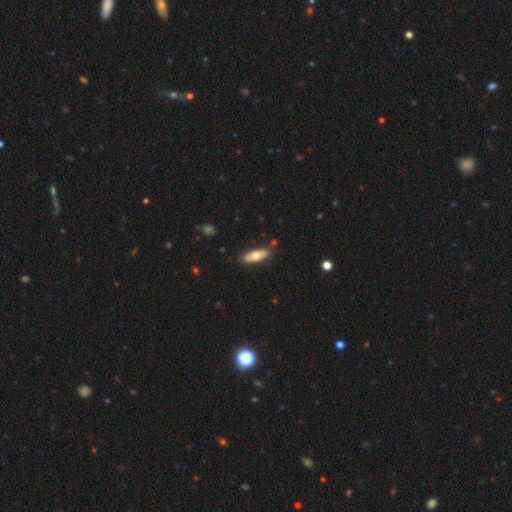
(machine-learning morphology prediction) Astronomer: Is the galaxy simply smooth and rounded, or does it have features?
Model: smooth — 54% (runner-up: featured or disk, 41%).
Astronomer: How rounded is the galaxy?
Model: in between — 63%.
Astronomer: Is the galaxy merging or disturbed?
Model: none — 80%.